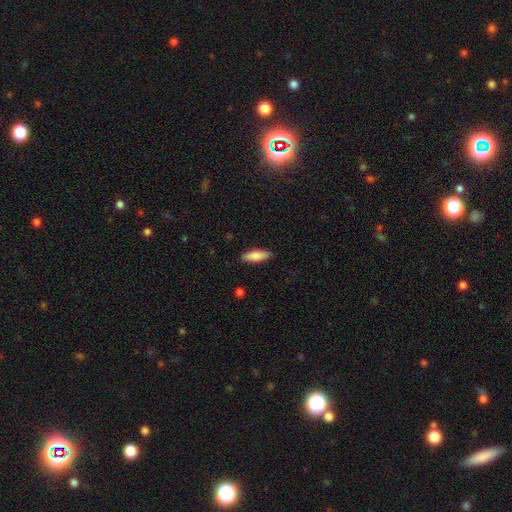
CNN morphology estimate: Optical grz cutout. It shows a smooth galaxy with no disk features (85%) that is in between round and cigar-shaped (55%). Merging: none (88%).